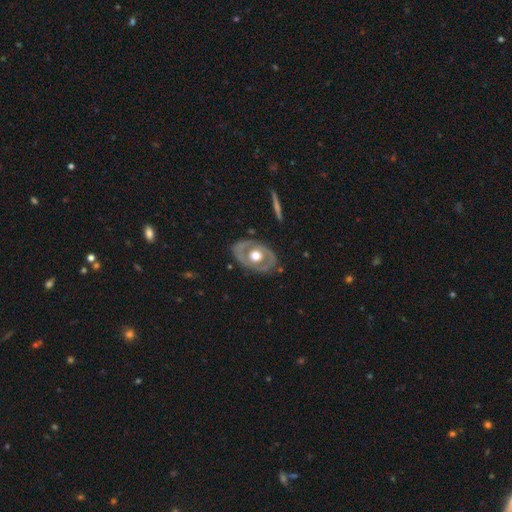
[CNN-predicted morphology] Overall: featured or disk (65%; smooth 30%). Edge-on disk: no (91%). Bar: no (87%). Spiral arms: no (80%). Bulge size: moderate (57%; large 38%). Merging: none (79%).